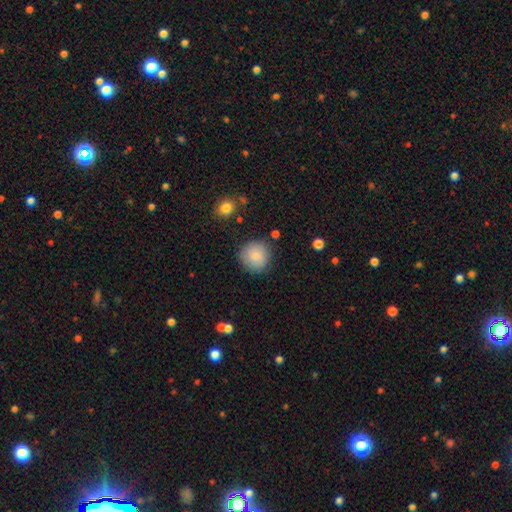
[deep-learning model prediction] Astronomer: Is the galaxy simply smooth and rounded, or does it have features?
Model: smooth — 85%.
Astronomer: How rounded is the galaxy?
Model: round — 93%.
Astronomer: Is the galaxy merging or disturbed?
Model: none — 84%.